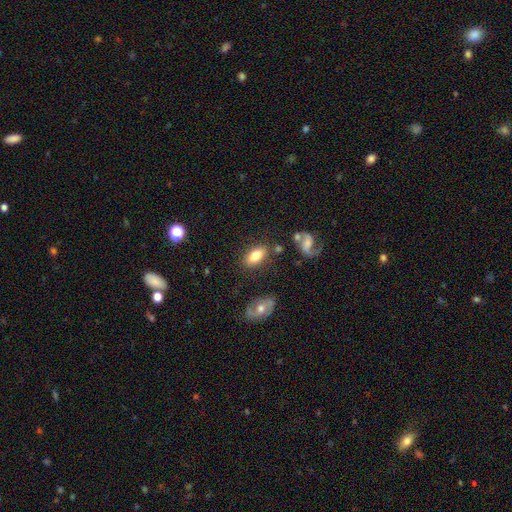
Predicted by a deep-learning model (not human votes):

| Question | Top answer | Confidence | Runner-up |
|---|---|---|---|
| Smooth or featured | smooth | 74% | featured or disk (18%) |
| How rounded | in between | 88% | round (6%) |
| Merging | none | 76% | minor disturbance (14%) |